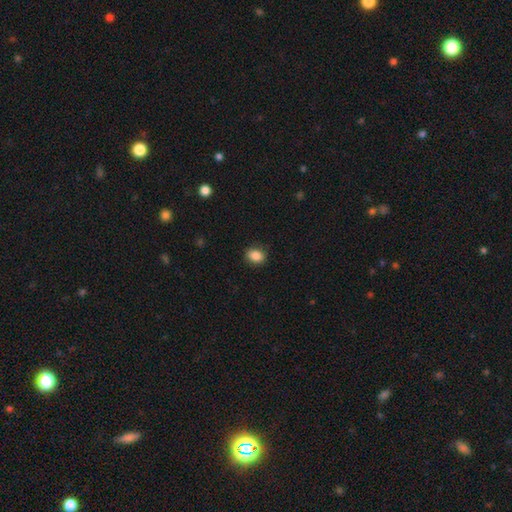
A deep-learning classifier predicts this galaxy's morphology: Q: Smooth or featured?
A: smooth (87%); runner-up: star or artifact (9%)
Q: How rounded?
A: in between (54%); runner-up: round (45%)
Q: Merging?
A: none (85%); runner-up: minor disturbance (12%)